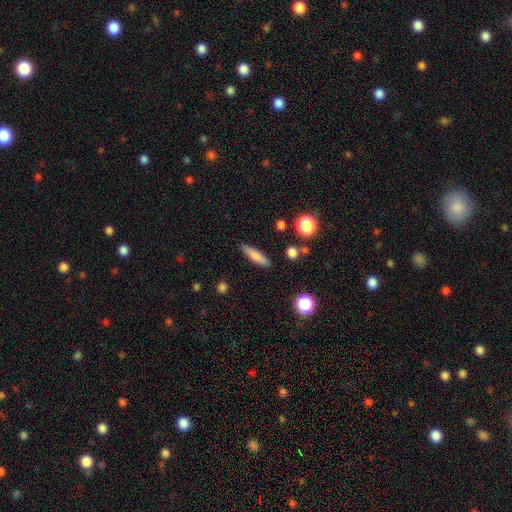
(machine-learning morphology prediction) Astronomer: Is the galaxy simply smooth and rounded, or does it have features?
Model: smooth — 77%.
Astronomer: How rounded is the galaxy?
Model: cigar-shaped — 81%.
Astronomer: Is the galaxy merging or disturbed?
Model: none — 88%.